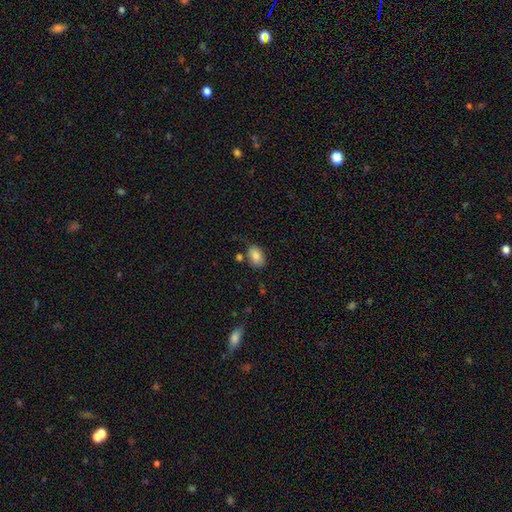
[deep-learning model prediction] Q: Smooth or featured?
A: smooth (83%); runner-up: featured or disk (9%)
Q: How rounded?
A: in between (84%); runner-up: round (15%)
Q: Merging?
A: none (69%); runner-up: minor disturbance (19%)